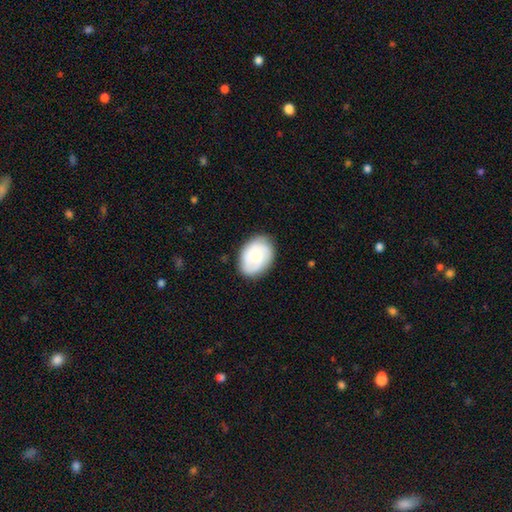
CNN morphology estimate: Q: Smooth or featured?
A: smooth (54%); runner-up: featured or disk (40%)
Q: How rounded?
A: in between (71%); runner-up: round (28%)
Q: Merging?
A: none (79%); runner-up: minor disturbance (16%)